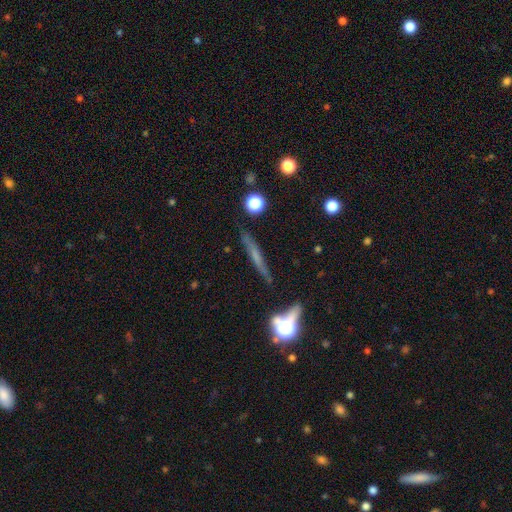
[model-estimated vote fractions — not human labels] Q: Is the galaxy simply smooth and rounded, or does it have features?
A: featured or disk — 46%.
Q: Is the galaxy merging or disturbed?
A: none — 84%.